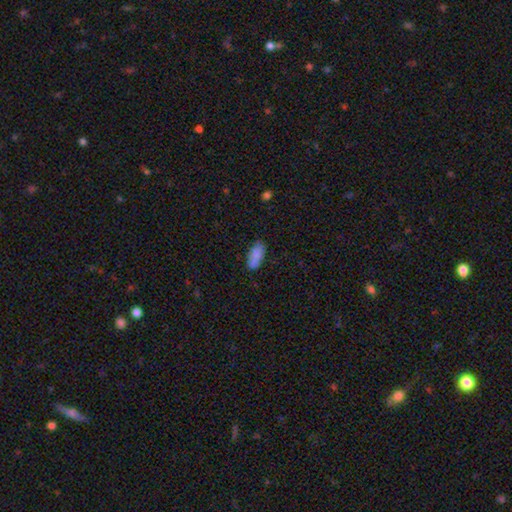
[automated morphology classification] Overall: smooth (85%). How rounded: in between (84%). Merging: none (74%).